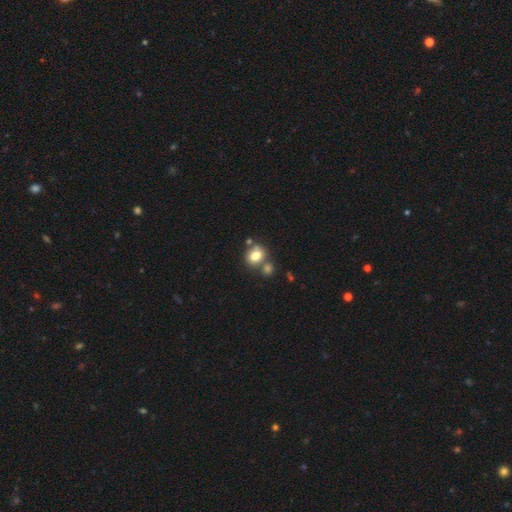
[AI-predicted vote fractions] Smooth or featured: smooth — 78% (featured or disk — 11%)
How rounded: round — 56% (in between — 43%)
Merging: none — 54% (merger — 30%)